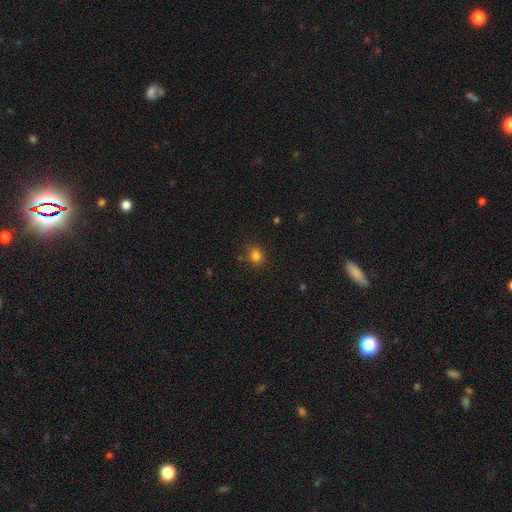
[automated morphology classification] type=smooth (82%); roundness=round (55%); merging=none (77%).